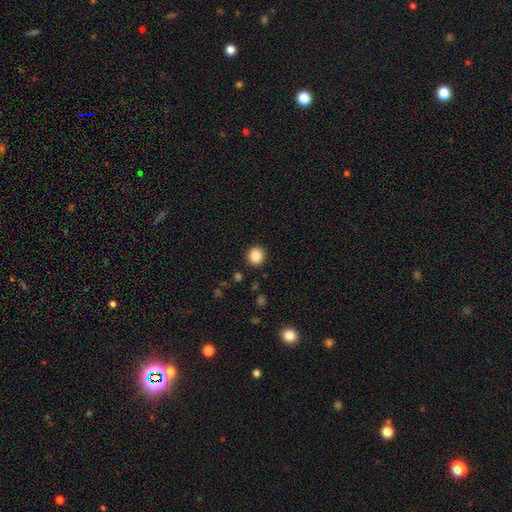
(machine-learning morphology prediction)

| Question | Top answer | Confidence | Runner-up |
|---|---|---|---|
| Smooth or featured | smooth | 85% | star or artifact (10%) |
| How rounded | round | 86% | in between (13%) |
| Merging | none | 91% | minor disturbance (6%) |